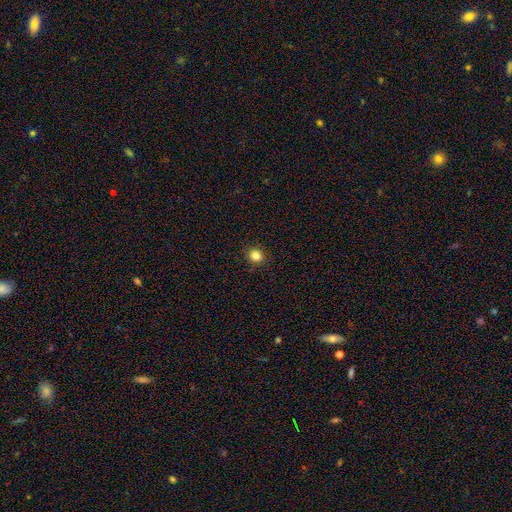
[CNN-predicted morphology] Smooth or featured? Predicted: smooth (p=0.83). How rounded? Predicted: round (p=0.84). Merging? Predicted: none (p=0.91).